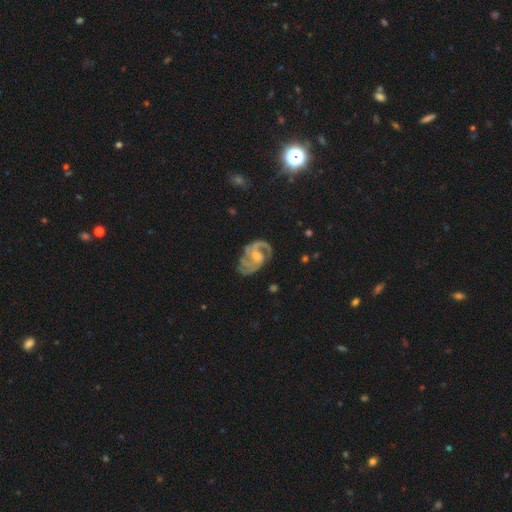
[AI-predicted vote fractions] Q: Smooth or featured?
A: featured or disk (89%); runner-up: smooth (6%)
Q: Edge-on disk?
A: no (98%); runner-up: yes (2%)
Q: Bar?
A: no (50%); runner-up: weak (42%)
Q: Spiral arms?
A: yes (97%); runner-up: no (3%)
Q: Spiral winding?
A: medium (52%); runner-up: tight (31%)
Q: Spiral arm count?
A: 2 (45%); runner-up: 3 (27%)
Q: Bulge size?
A: moderate (42%); runner-up: small (41%)
Q: Merging?
A: none (64%); runner-up: minor disturbance (20%)